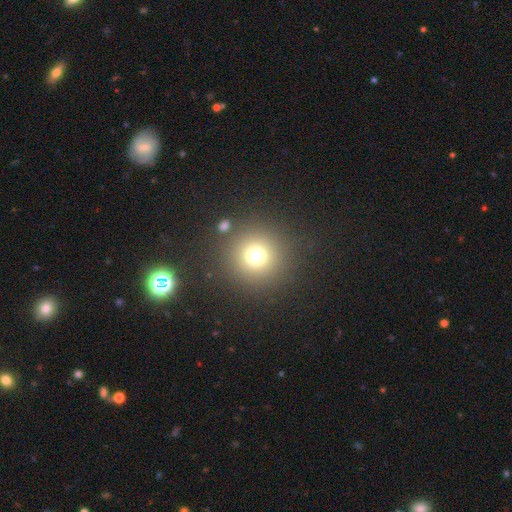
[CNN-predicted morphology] A smooth galaxy with no disk features (72%) that is round (95%). Merging: none (85%).